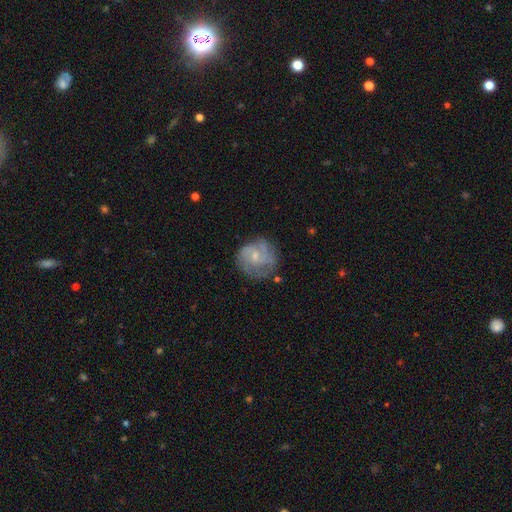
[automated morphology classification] smooth_or_featured: featured or disk (p=0.73) [alt: smooth p=0.21]
disk_edge_on: no (p=0.98) [alt: yes p=0.02]
bar: no (p=0.60) [alt: weak p=0.36]
has_spiral_arms: yes (p=0.89) [alt: no p=0.11]
spiral_winding: tight (p=0.49) [alt: medium p=0.39]
spiral_arm_count: 3 (p=0.29) [alt: can't tell p=0.28]
bulge_size: small (p=0.59) [alt: moderate p=0.32]
merging: none (p=0.66) [alt: minor disturbance p=0.22]